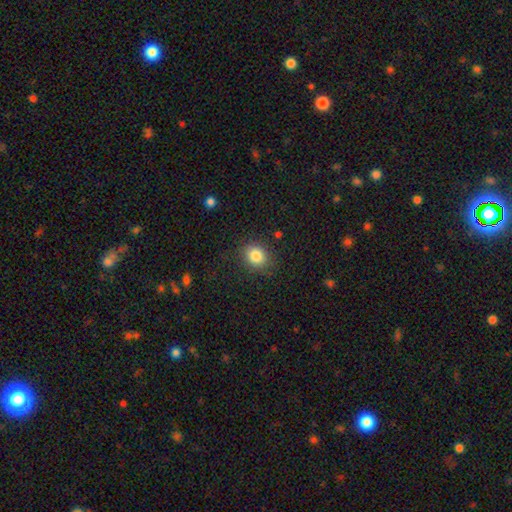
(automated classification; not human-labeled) smooth_or_featured: smooth (p=0.84) [alt: star or artifact p=0.10]
how_rounded: round (p=0.66) [alt: in between p=0.33]
merging: none (p=0.86) [alt: minor disturbance p=0.09]